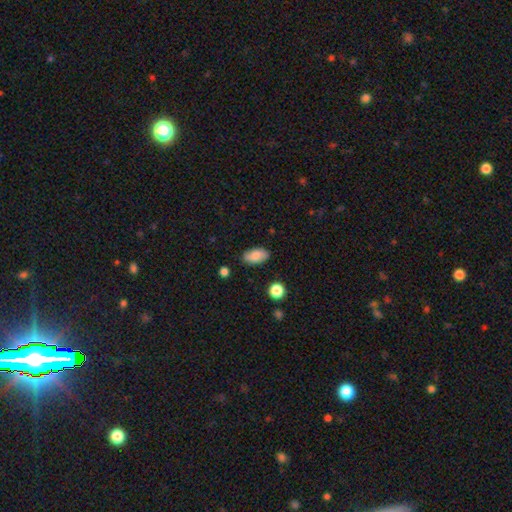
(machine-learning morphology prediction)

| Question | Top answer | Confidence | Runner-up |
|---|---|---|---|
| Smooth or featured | smooth | 73% | featured or disk (19%) |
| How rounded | in between | 93% | round (5%) |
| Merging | none | 84% | minor disturbance (12%) |